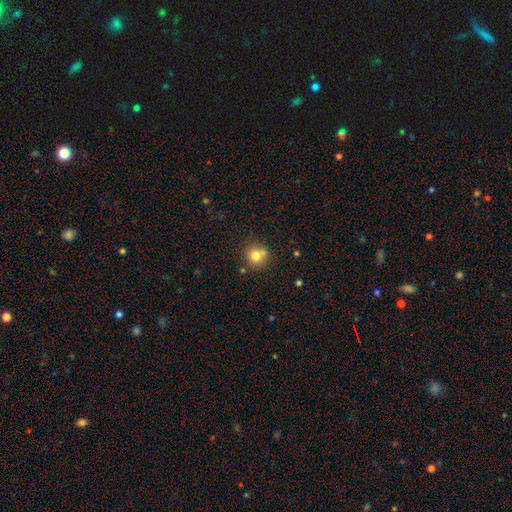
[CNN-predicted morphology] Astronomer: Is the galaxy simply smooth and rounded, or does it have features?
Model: smooth — 76%.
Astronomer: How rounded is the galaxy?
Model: round — 90%.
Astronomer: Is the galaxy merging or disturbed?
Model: none — 66%.